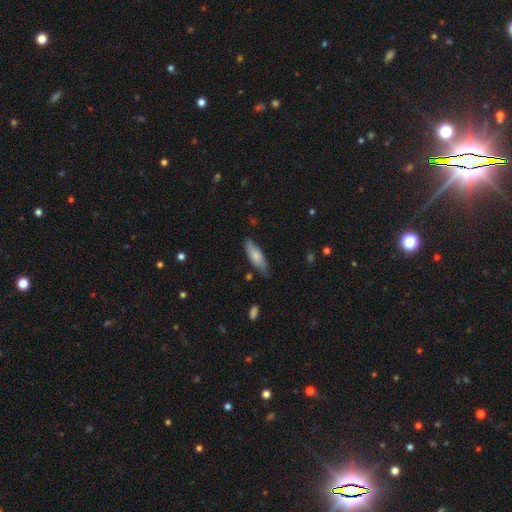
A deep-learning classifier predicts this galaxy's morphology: This appears to be a smooth galaxy with no disk features (75%) that is in between round and cigar-shaped (59%). Merging: none (76%).